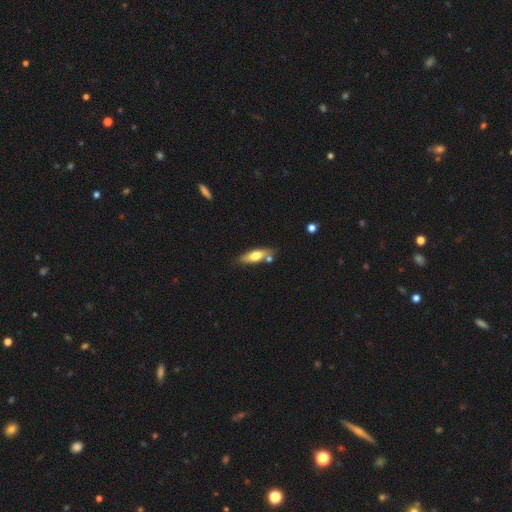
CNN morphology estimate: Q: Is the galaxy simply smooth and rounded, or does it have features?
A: smooth — 61%.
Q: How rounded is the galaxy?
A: in between — 56%.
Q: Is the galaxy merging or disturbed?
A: none — 70%.